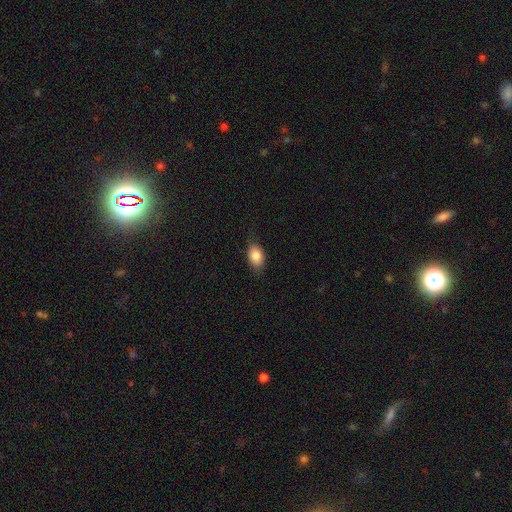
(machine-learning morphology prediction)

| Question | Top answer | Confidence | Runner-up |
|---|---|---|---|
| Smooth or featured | smooth | 84% | featured or disk (9%) |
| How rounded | in between | 82% | round (15%) |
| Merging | none | 76% | minor disturbance (19%) |